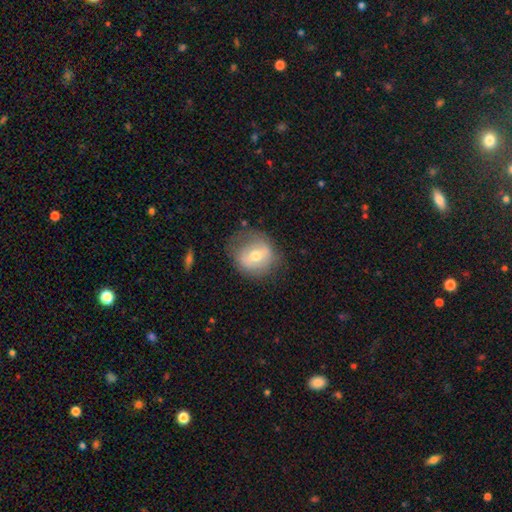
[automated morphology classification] type=smooth (53%); roundness=round (80%); merging=none (63%).